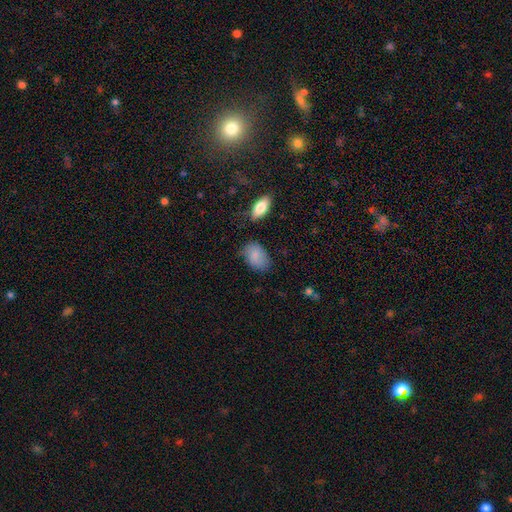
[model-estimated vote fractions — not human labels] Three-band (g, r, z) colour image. It shows a smooth galaxy with no disk features (81%) that is in between round and cigar-shaped (88%). Merging: none (67%).